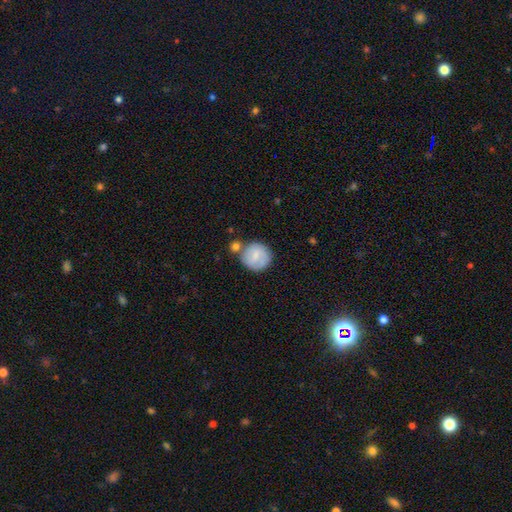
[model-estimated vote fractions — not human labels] Smooth or featured? smooth (66%)
How rounded? round (91%)
Merging? none (62%)